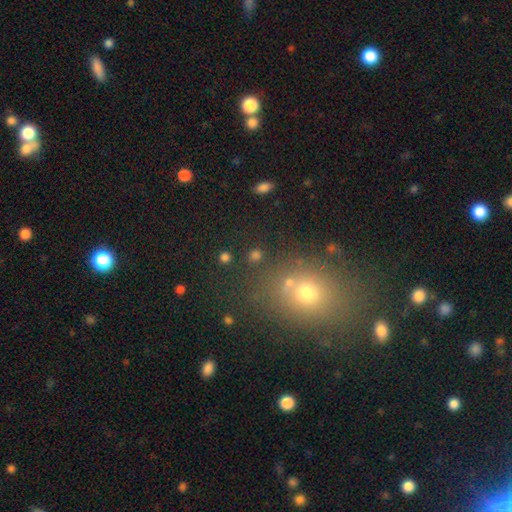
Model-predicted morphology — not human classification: Overall: smooth (67%). How rounded: round (76%). Merging: none (79%).